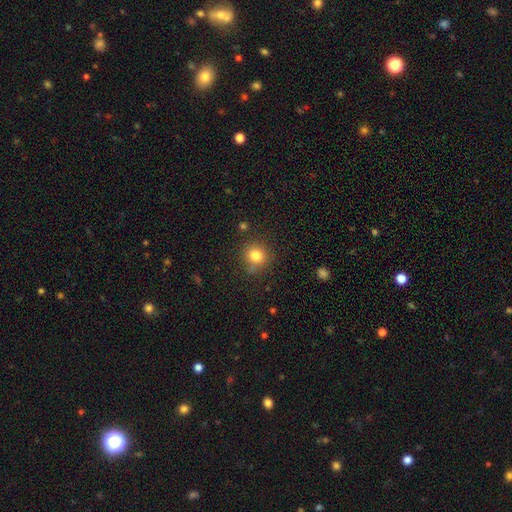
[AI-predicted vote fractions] Smooth or featured? smooth (82%)
How rounded? round (87%)
Merging? none (79%)